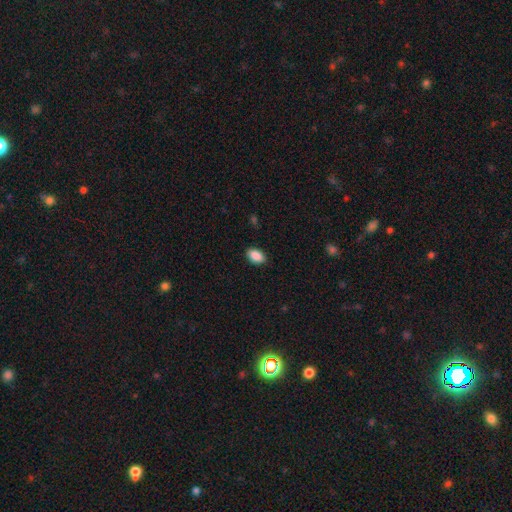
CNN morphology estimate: Smooth or featured: smooth — 90% (star or artifact — 7%)
How rounded: in between — 90% (round — 8%)
Merging: none — 88% (minor disturbance — 9%)